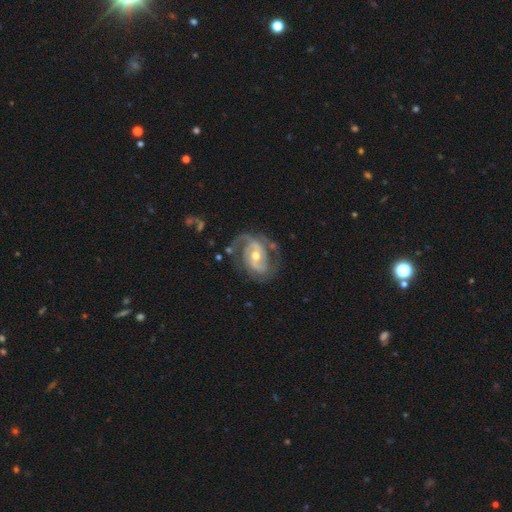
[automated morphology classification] smooth_or_featured: featured or disk (p=0.90) [alt: smooth p=0.06]
disk_edge_on: no (p=0.97) [alt: yes p=0.03]
bar: no (p=0.40) [alt: weak p=0.39]
has_spiral_arms: yes (p=0.96) [alt: no p=0.04]
spiral_winding: medium (p=0.47) [alt: tight p=0.39]
spiral_arm_count: 2 (p=0.75) [alt: 3 p=0.09]
bulge_size: moderate (p=0.68) [alt: small p=0.27]
merging: none (p=0.65) [alt: minor disturbance p=0.20]